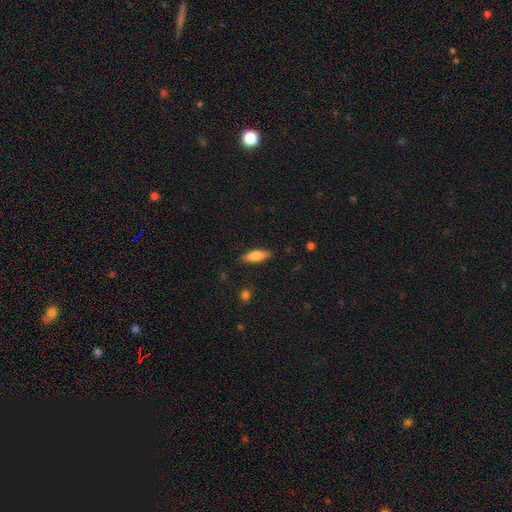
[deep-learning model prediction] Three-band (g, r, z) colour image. It shows a smooth galaxy with no disk features (77%) that is in between round and cigar-shaped (54%). Merging: none (86%).